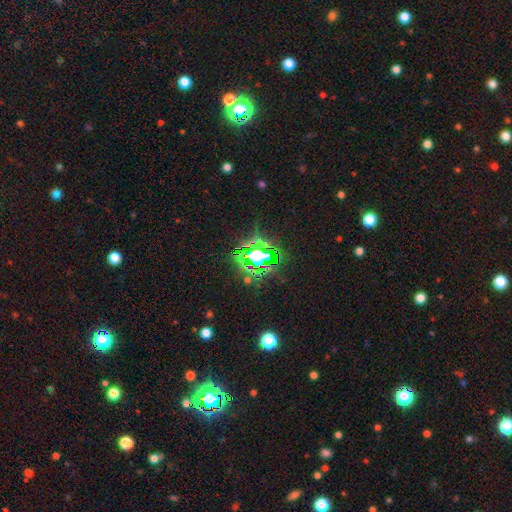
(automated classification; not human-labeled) This appears to be a star or artifact, not a galaxy (75%).